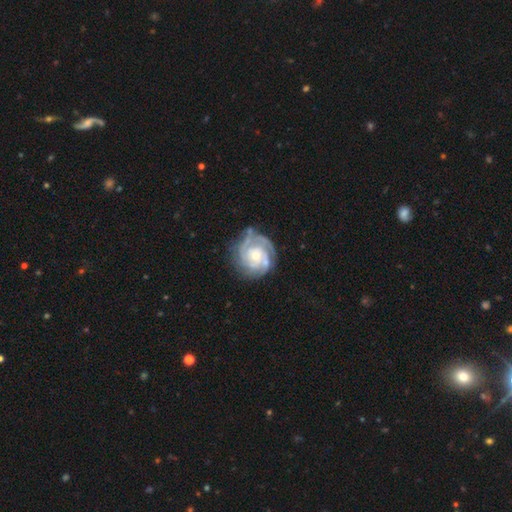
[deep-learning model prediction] featured or disk 86%, smooth 9%, star or artifact 5%. Down the decision tree: edge-on disk — no (98%); bar — no (75%); spiral arms — yes (96%); spiral arm count — 3 (31%); spiral winding — tight (72%); bulge size — small (55%); merging — none (71%).